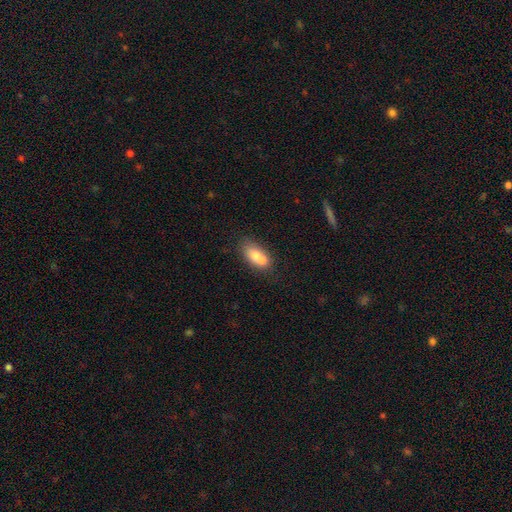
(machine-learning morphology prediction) Smooth or featured: smooth — 70% (featured or disk — 22%)
How rounded: in between — 81% (round — 10%)
Merging: merger — 46% (none — 36%)